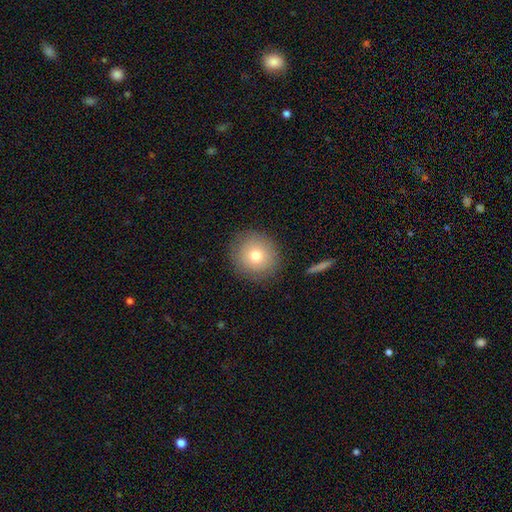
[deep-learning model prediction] This appears to be a smooth galaxy with no disk features (75%) that is round (91%). Merging: none (87%).